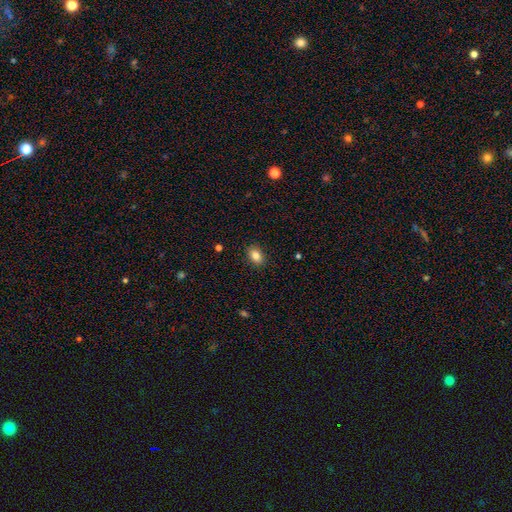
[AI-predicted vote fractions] Smooth or featured? smooth (83%)
How rounded? in between (78%)
Merging? none (89%)